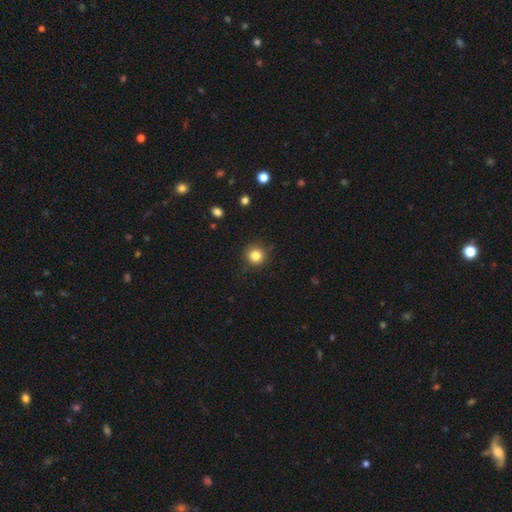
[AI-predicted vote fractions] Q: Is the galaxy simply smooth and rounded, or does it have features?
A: smooth — 83%.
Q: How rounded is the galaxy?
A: round — 94%.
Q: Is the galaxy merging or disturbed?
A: none — 88%.